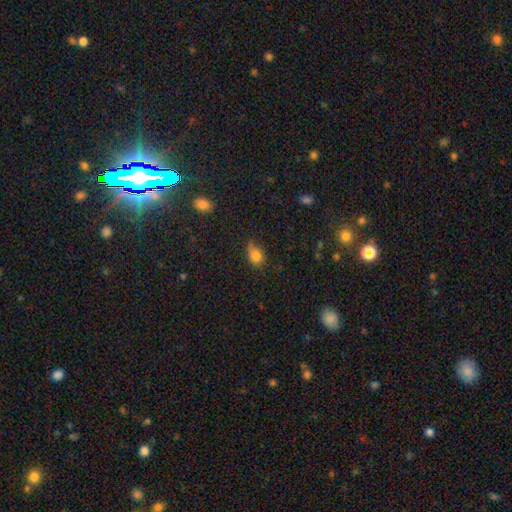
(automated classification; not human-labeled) Overall: smooth (81%). How rounded: in between (66%; round 32%). Merging: none (47%; minor disturbance 38%).